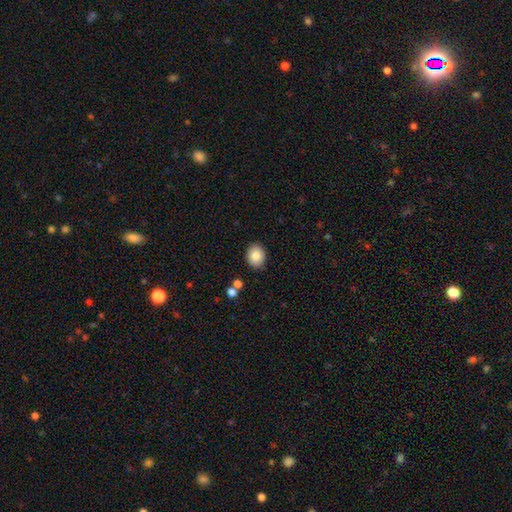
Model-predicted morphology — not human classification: type=smooth (84%); roundness=round (50%); merging=none (88%).